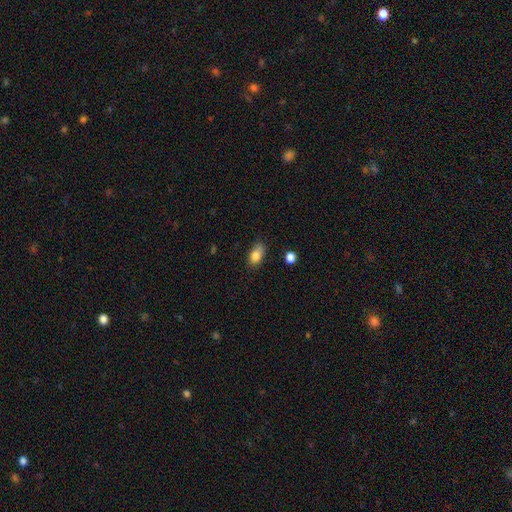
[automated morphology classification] Overall: smooth (82%). How rounded: in between (84%). Merging: none (63%; minor disturbance 27%).